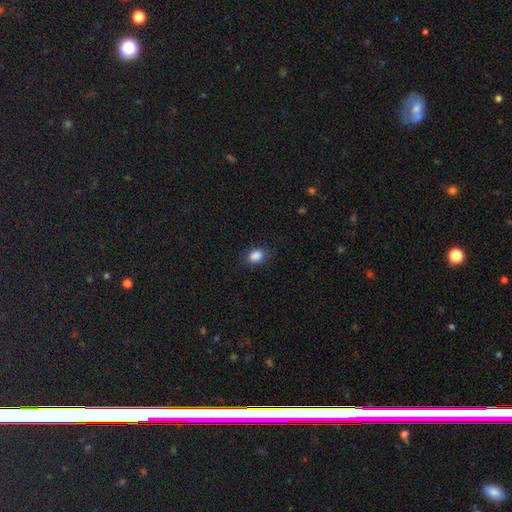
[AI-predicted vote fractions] The model was most divided on "how rounded": in between: 72%, round: 27%, cigar-shaped: 1%. More confident: smooth or featured — smooth (87%); merging — none (78%).